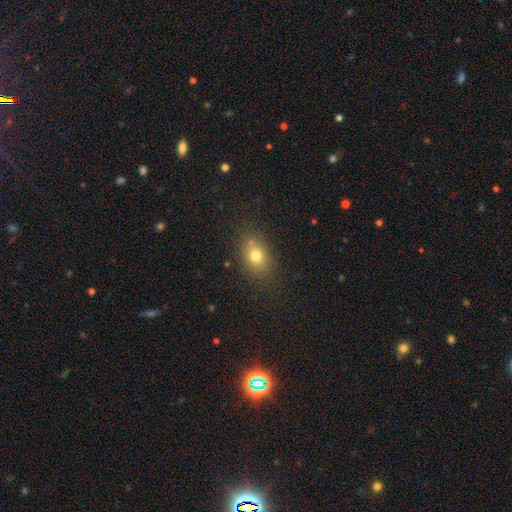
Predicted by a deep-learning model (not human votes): A smooth galaxy with no disk features (75%) that is in between round and cigar-shaped (62%). Merging: none (76%).